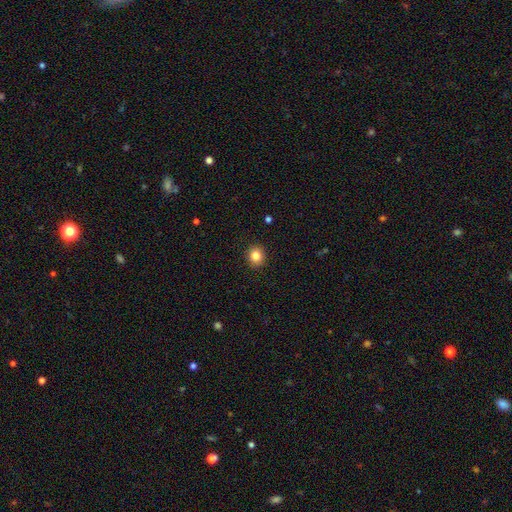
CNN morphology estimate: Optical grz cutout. It shows a smooth galaxy with no disk features (84%) that is round (79%). Merging: none (91%).